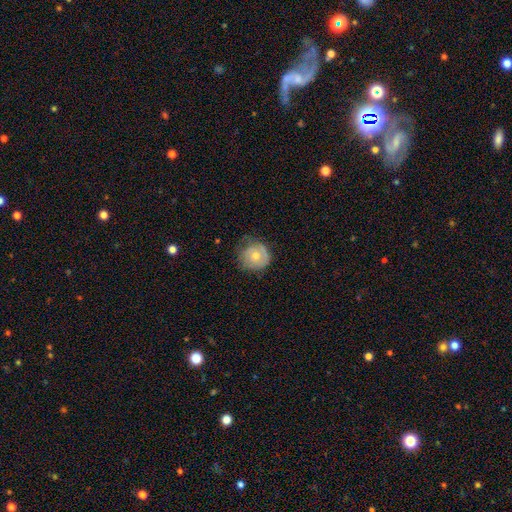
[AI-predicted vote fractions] Smooth or featured? Predicted: smooth (p=0.49). Merging? Predicted: none (p=0.64).